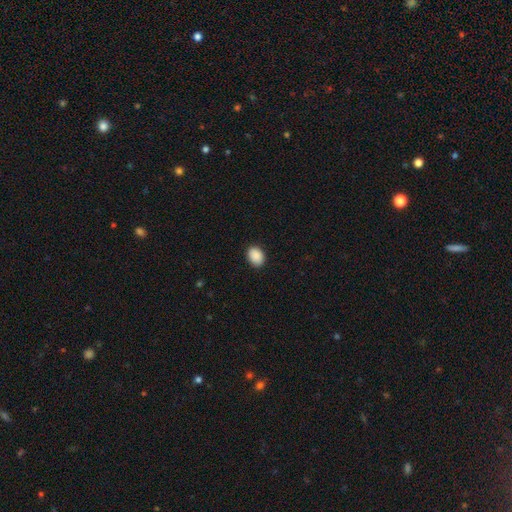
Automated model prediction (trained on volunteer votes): Morphology: type=smooth (90%); roundness=in between (64%); merging=none (89%).